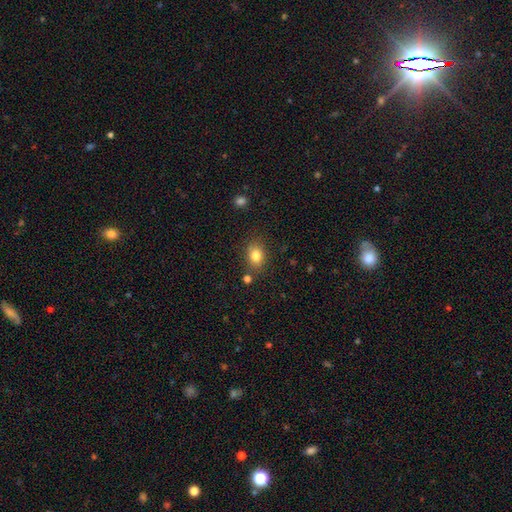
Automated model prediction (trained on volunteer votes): This appears to be a smooth galaxy with no disk features (82%) that is in between round and cigar-shaped (59%). Merging: none (78%).